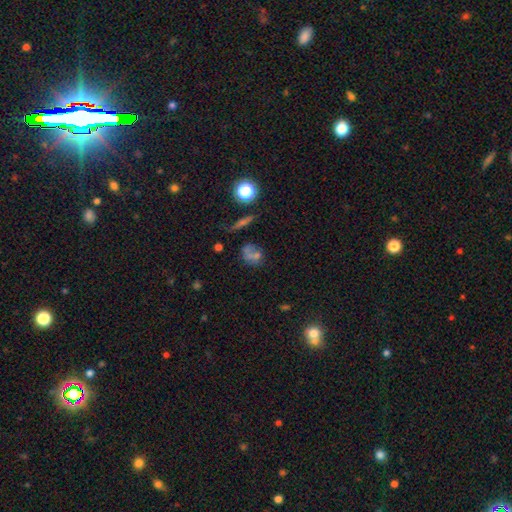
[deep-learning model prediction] Smooth or featured? Predicted: smooth (p=0.47). Merging? Predicted: none (p=0.42).